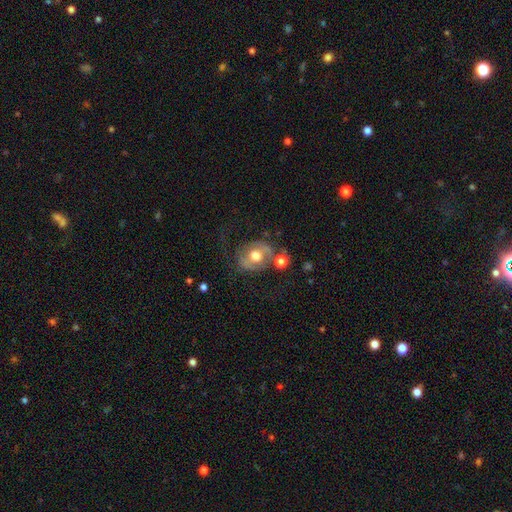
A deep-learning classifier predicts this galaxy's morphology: A featured or disk galaxy (55%) with no bar (57%), spiral arms (52%) and a moderate central bulge (71%). Merging: none (51%).